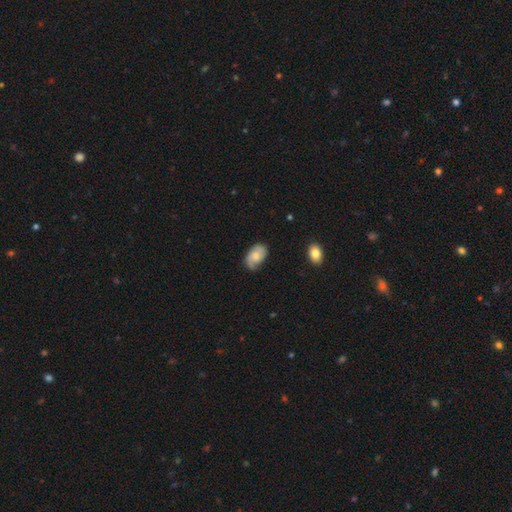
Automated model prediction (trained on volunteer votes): Smooth or featured? Predicted: featured or disk (p=0.48). Merging? Predicted: none (p=0.70).